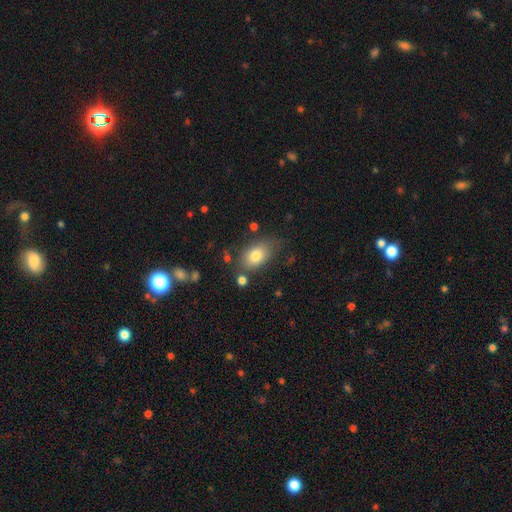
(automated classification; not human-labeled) smooth-or-featured: smooth: 79% | featured or disk: 13% | star or artifact: 9%
  how-rounded: in between: 85% | round: 13% | cigar-shaped: 2%
  merging: none: 68% | minor disturbance: 20% | major disturbance: 6% | merger: 6%